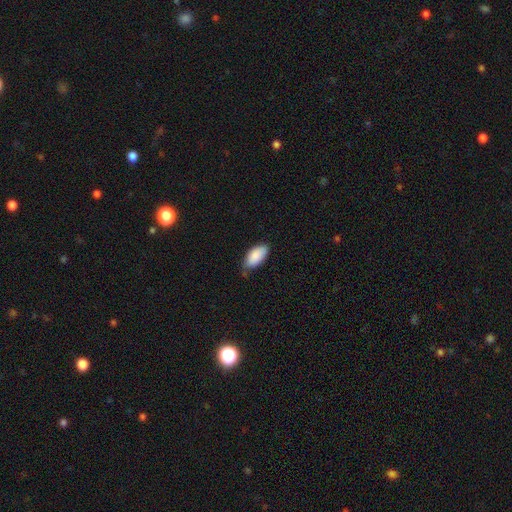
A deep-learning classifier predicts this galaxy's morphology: A smooth galaxy with no disk features (87%) that is in between round and cigar-shaped (92%).

Vote fractions:
- Smooth or featured? smooth: 87% / featured or disk: 7% / star or artifact: 6%
- How rounded? in between: 92% / cigar-shaped: 6% / round: 2%
- Merging? none: 60% / minor disturbance: 33% / major disturbance: 4% / merger: 2%